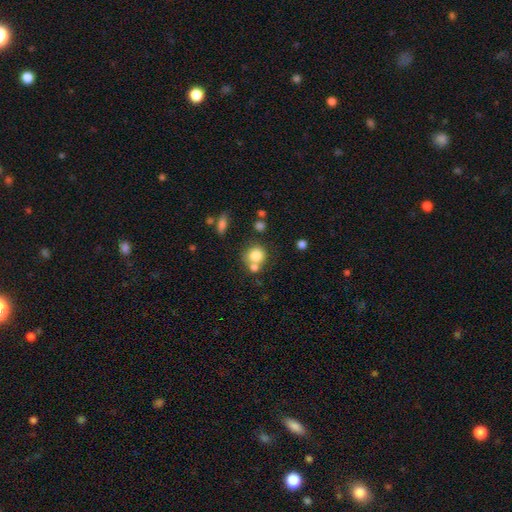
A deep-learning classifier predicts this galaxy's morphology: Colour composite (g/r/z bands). It shows a smooth galaxy with no disk features (79%) that is round (84%). Merging: none (52%).